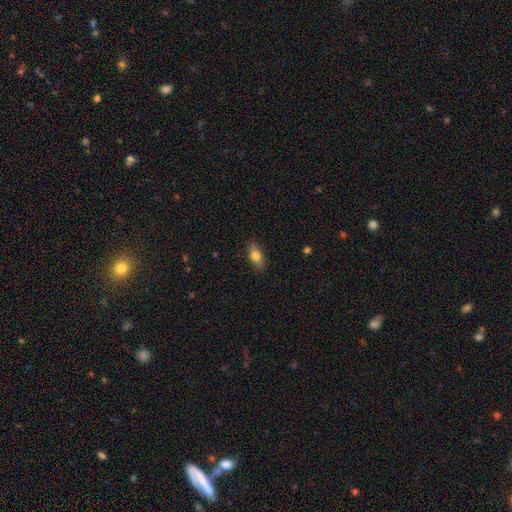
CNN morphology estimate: Smooth or featured: smooth — 77% (featured or disk — 15%)
How rounded: in between — 84% (cigar-shaped — 11%)
Merging: none — 87% (minor disturbance — 10%)